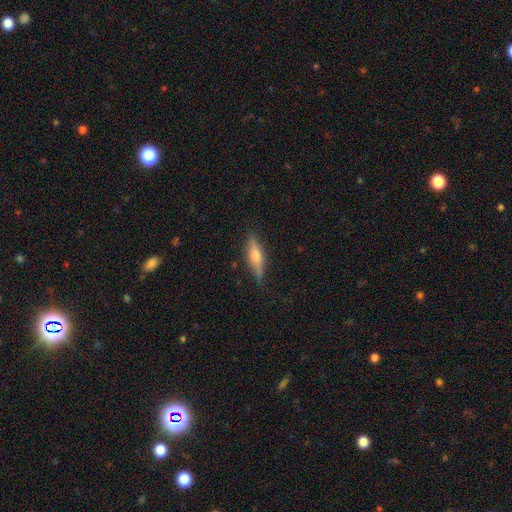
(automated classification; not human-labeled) The model was most divided on "smooth or featured": featured or disk: 51%, smooth: 42%, star or artifact: 7%. More confident: edge-on disk — yes (93%); merging — none (81%).